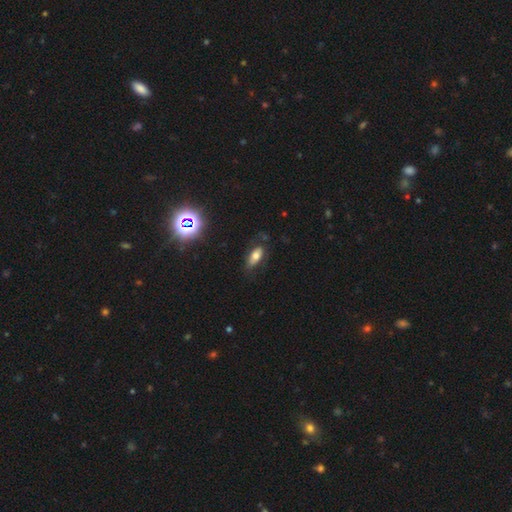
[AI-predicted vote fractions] Overall: smooth (66%). How rounded: in between (83%). Merging: none (67%).